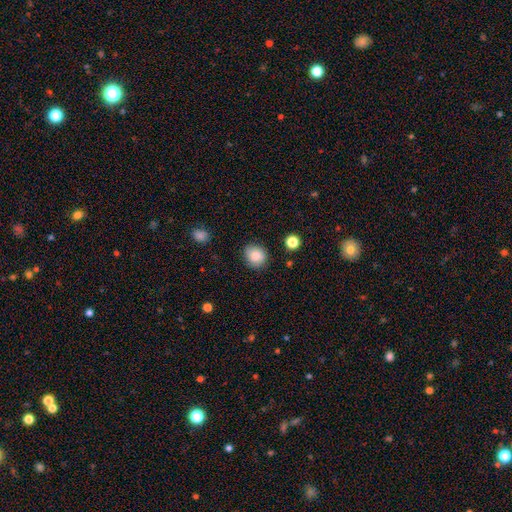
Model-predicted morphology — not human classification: smooth 84%, star or artifact 9%, featured or disk 7%. Down the decision tree: how rounded — round (76%); merging — none (80%).